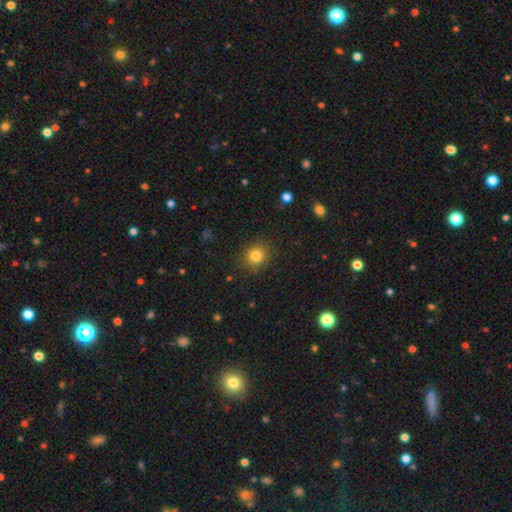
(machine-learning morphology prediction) smooth-or-featured: smooth: 82% | star or artifact: 12% | featured or disk: 6%
  how-rounded: round: 84% | in between: 15% | cigar-shaped: 1%
  merging: none: 88% | minor disturbance: 8% | major disturbance: 3% | merger: 1%